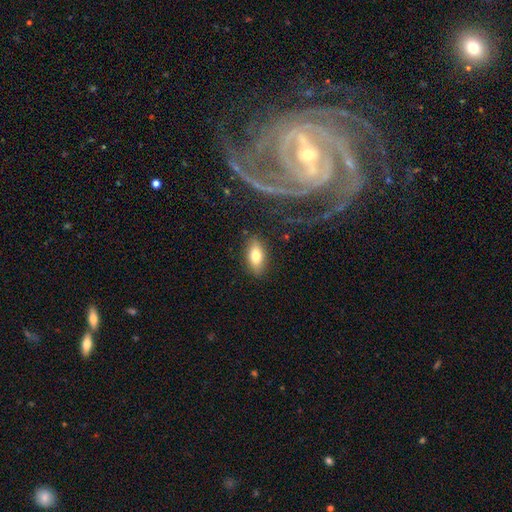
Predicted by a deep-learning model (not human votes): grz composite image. It shows a smooth galaxy with no disk features (75%) that is in between round and cigar-shaped (85%). Merging: none (84%).